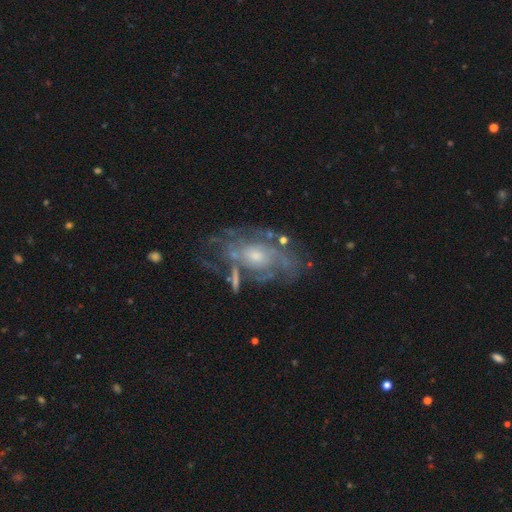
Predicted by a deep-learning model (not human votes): This is likely a featured or disk galaxy (79%). It is clearly not viewed edge-on (95%). Bar: likely no (77%). Spiral arm pattern: likely yes (70%). Spiral arm count: possibly can't tell (57%). Spiral winding: possibly tight (52%). Central bulge: possibly moderate (47%). Merging: possibly none (55%).